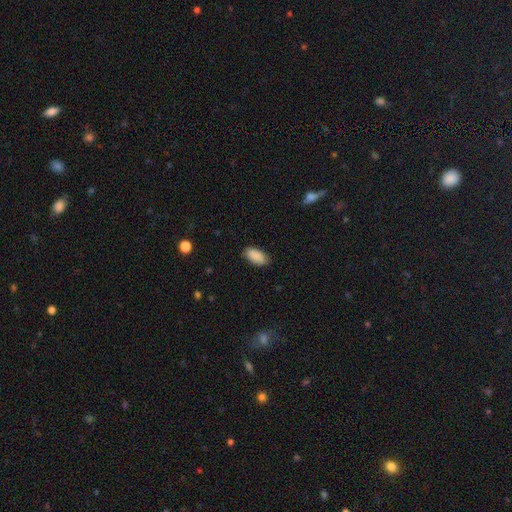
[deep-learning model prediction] The model was most divided on "merging": none: 81%, minor disturbance: 15%, major disturbance: 3%, merger: 1%. More confident: how rounded — in between (93%); smooth or featured — smooth (89%).